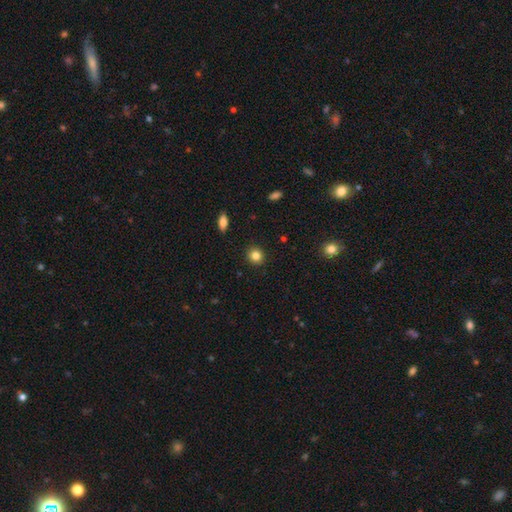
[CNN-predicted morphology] Smooth or featured? smooth (84%)
How rounded? round (89%)
Merging? none (92%)